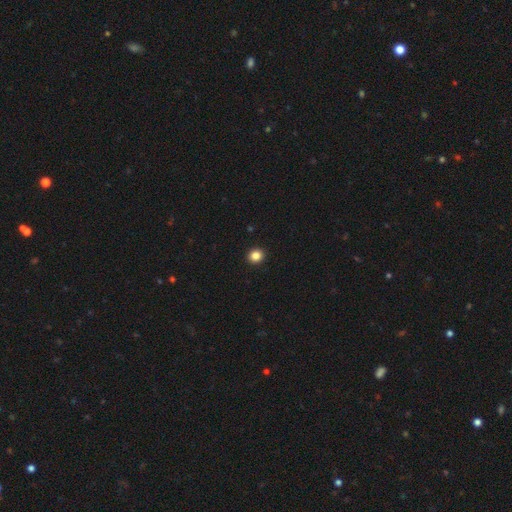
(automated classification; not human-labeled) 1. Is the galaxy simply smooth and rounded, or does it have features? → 85% smooth, 11% star or artifact, 4% featured or disk.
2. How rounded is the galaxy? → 88% round, 11% in between, 1% cigar-shaped.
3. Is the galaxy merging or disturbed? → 94% none, 4% minor disturbance, 1% major disturbance, 1% merger.